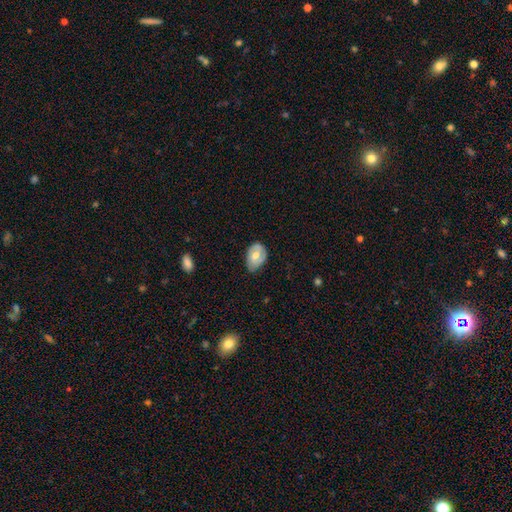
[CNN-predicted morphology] smooth 54%, featured or disk 39%, star or artifact 6%. Down the decision tree: how rounded — in between (81%); merging — none (58%).